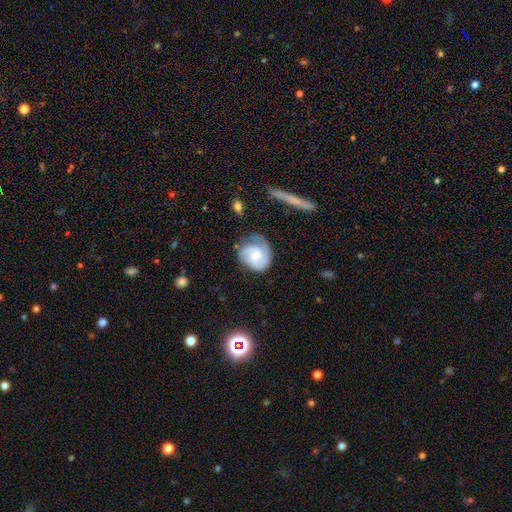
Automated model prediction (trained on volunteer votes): Q: Smooth or featured?
A: featured or disk (70%); runner-up: smooth (24%)
Q: Edge-on disk?
A: no (97%); runner-up: yes (3%)
Q: Bar?
A: no (63%); runner-up: weak (31%)
Q: Spiral arms?
A: yes (93%); runner-up: no (7%)
Q: Spiral winding?
A: tight (49%); runner-up: medium (38%)
Q: Spiral arm count?
A: 2 (48%); runner-up: 3 (21%)
Q: Bulge size?
A: small (52%); runner-up: moderate (42%)
Q: Merging?
A: none (61%); runner-up: minor disturbance (25%)